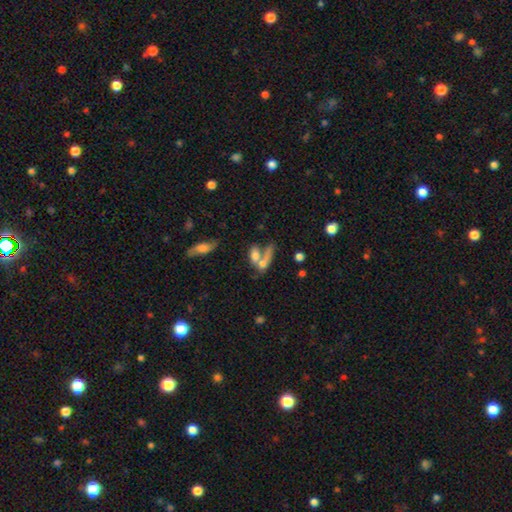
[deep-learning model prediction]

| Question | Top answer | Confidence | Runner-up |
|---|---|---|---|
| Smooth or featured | smooth | 67% | featured or disk (22%) |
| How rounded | in between | 68% | cigar-shaped (21%) |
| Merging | merger | 55% | none (28%) |